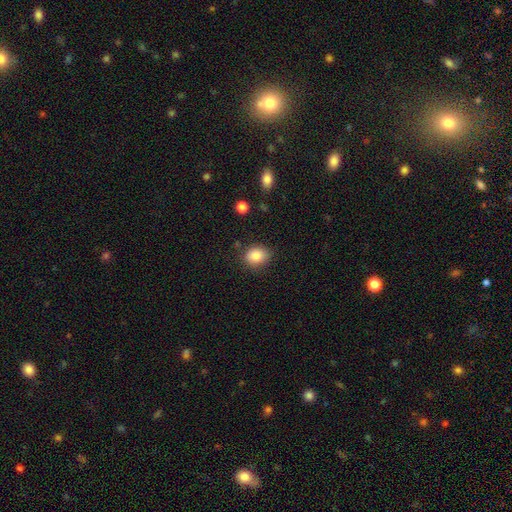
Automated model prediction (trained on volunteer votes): Smooth or featured: smooth — 85% (star or artifact — 9%)
How rounded: round — 54% (in between — 45%)
Merging: none — 81% (minor disturbance — 14%)